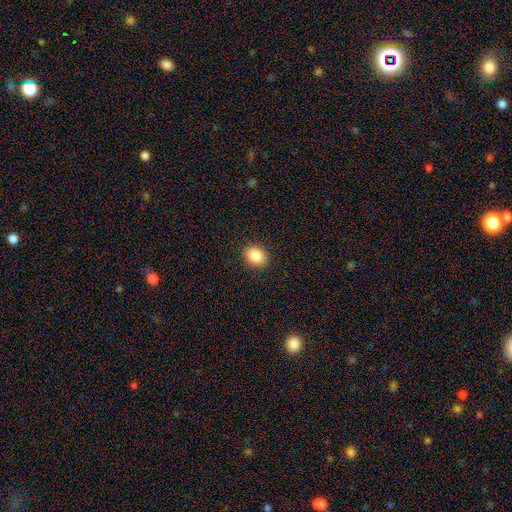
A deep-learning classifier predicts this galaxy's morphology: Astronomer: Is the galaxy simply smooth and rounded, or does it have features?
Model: smooth — 86%.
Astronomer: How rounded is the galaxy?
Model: in between — 53% (runner-up: round, 45%).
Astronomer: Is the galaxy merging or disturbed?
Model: none — 89%.